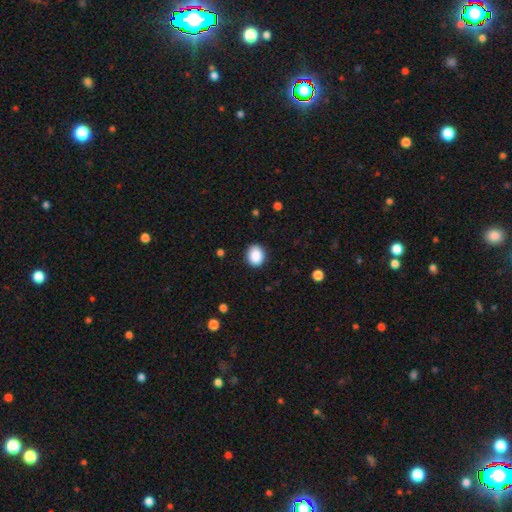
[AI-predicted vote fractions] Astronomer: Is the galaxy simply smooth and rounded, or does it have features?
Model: smooth — 88%.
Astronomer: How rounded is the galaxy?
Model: round — 61% (runner-up: in between, 38%).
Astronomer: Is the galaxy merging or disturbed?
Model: none — 88%.